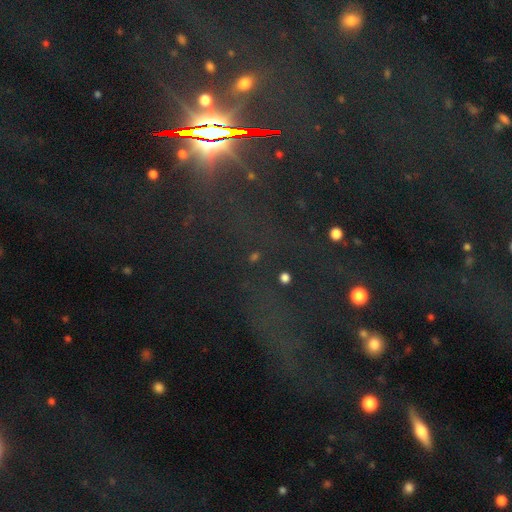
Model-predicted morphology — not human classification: A star or artifact, not a galaxy (82%).